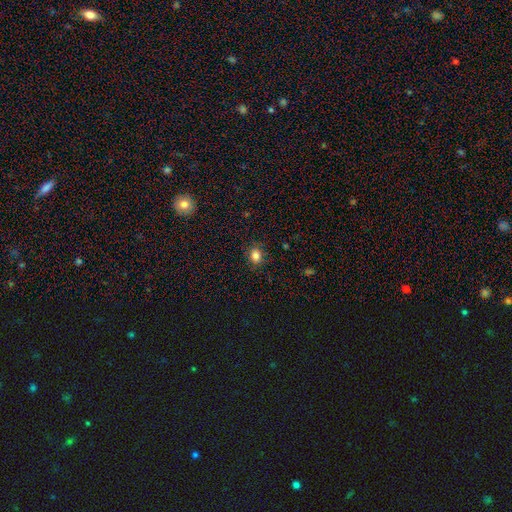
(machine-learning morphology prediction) A smooth galaxy with no disk features (84%) that is in between round and cigar-shaped (50%).

Vote fractions:
- Smooth or featured? smooth: 84% / star or artifact: 11% / featured or disk: 5%
- How rounded? in between: 50% / round: 49% / cigar-shaped: 1%
- Merging? none: 83% / minor disturbance: 13% / major disturbance: 3% / merger: 1%